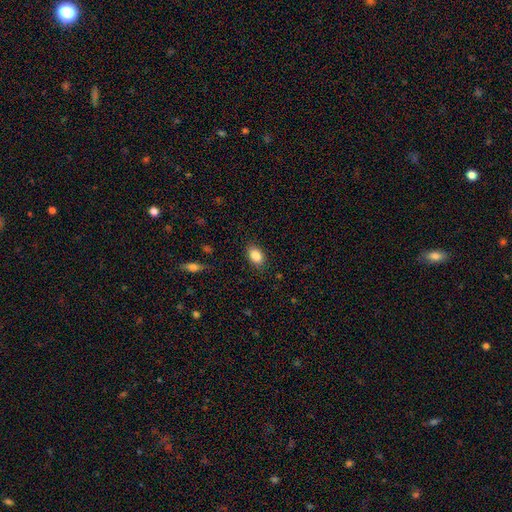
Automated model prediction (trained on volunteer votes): Smooth or featured?
  - smooth: 86% *
  - star or artifact: 8%
  - featured or disk: 6%
How rounded?
  - in between: 86% *
  - round: 13%
  - cigar-shaped: 1%
Merging?
  - none: 85% *
  - minor disturbance: 11%
  - major disturbance: 3%
  - merger: 1%